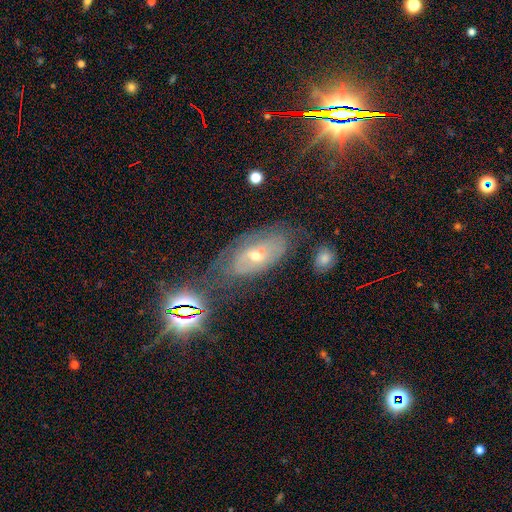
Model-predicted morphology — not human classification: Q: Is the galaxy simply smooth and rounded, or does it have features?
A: featured or disk — 61%.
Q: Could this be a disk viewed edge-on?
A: no — 89%.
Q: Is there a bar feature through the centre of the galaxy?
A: no — 60%.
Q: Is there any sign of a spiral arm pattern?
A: yes — 73%.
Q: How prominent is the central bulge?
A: small — 50%.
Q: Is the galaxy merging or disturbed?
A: none — 63%.